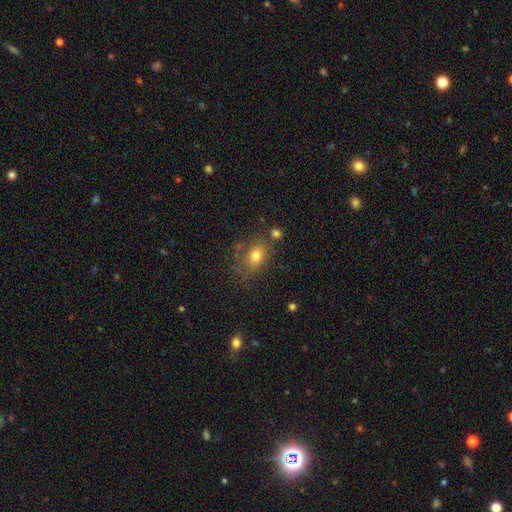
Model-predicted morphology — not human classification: Smooth or featured? smooth (76%)
How rounded? in between (59%)
Merging? none (70%)